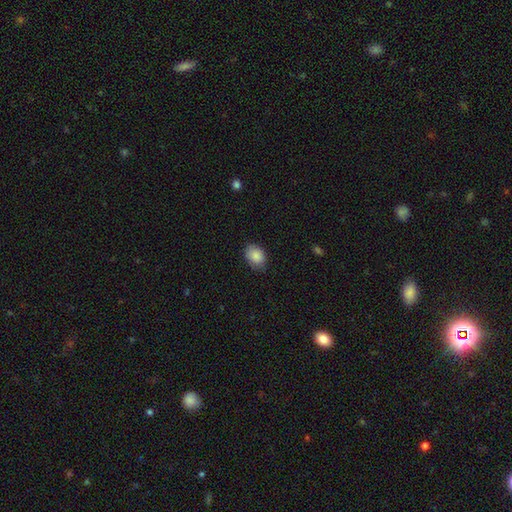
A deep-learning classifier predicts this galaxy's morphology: type=smooth (88%); roundness=in between (70%); merging=none (79%).